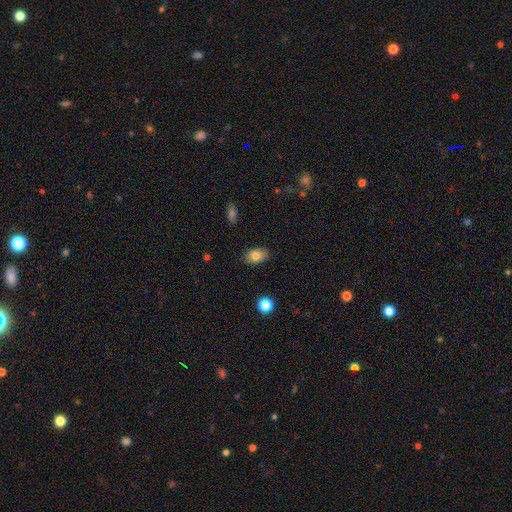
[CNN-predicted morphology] Smooth or featured?
  - smooth: 82% *
  - featured or disk: 9%
  - star or artifact: 8%
How rounded?
  - in between: 87% *
  - round: 11%
  - cigar-shaped: 2%
Merging?
  - none: 84% *
  - minor disturbance: 13%
  - major disturbance: 3%
  - merger: 1%